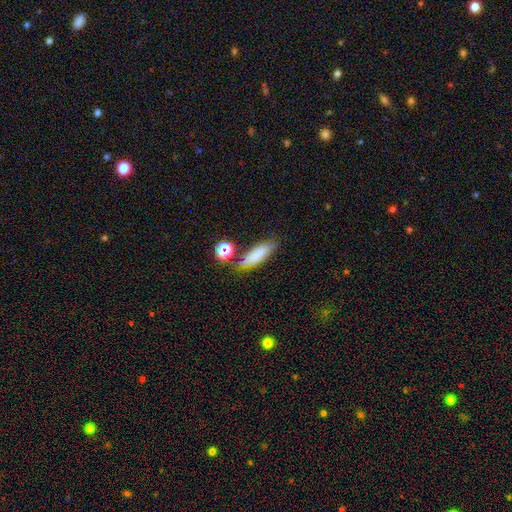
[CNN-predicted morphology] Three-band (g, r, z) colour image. It shows a smooth galaxy with no disk features (75%) that is in between round and cigar-shaped (57%). Merging: none (65%).